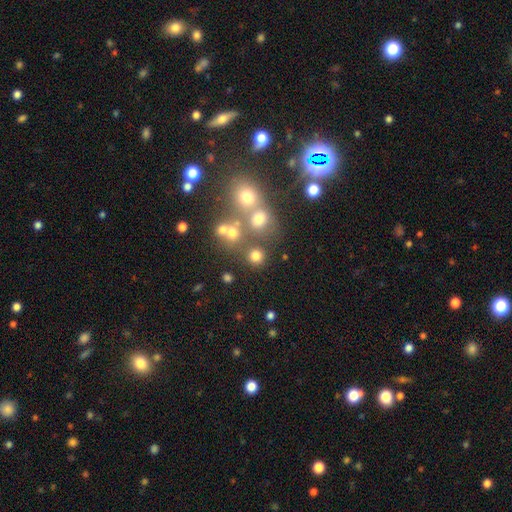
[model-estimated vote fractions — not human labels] The model was most divided on "merging": none: 68%, merger: 19%, minor disturbance: 8%, major disturbance: 5%. More confident: how rounded — round (89%); smooth or featured — smooth (75%).